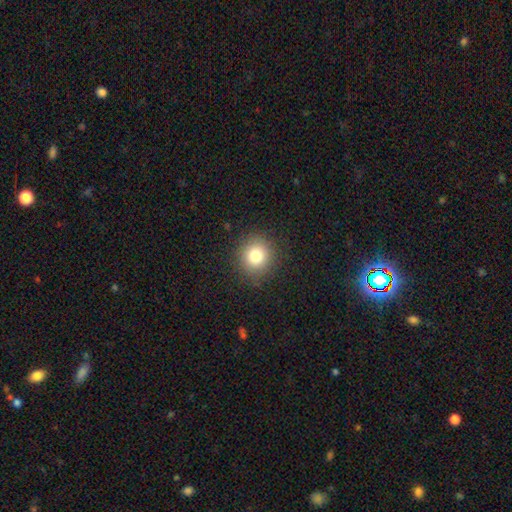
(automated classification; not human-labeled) Smooth or featured? Predicted: smooth (p=0.80). How rounded? Predicted: round (p=0.88). Merging? Predicted: none (p=0.88).